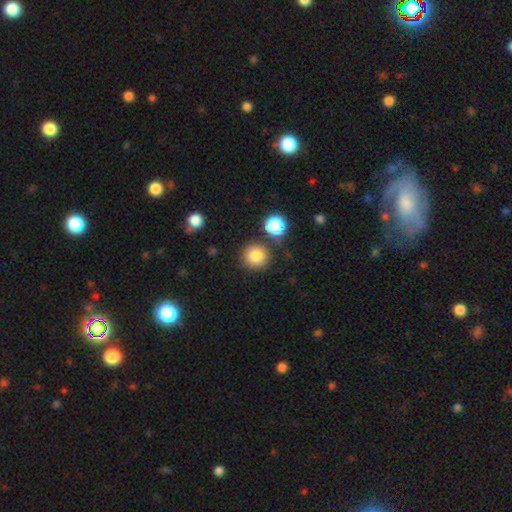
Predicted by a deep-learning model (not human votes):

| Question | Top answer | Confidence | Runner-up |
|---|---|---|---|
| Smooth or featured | smooth | 83% | star or artifact (11%) |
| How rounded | round | 93% | in between (6%) |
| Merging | none | 82% | minor disturbance (8%) |